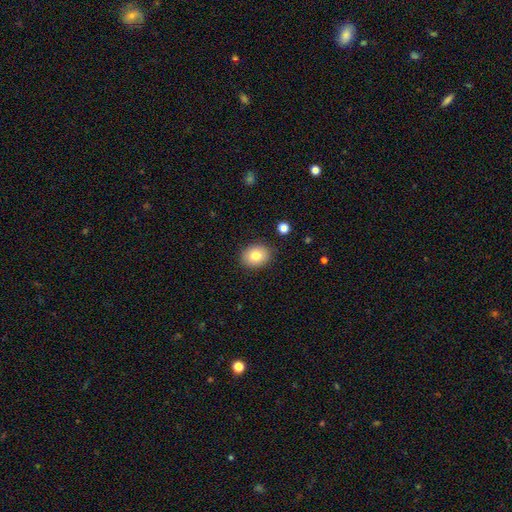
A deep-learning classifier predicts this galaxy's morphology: Q: Smooth or featured?
A: smooth (80%); runner-up: featured or disk (11%)
Q: How rounded?
A: in between (52%); runner-up: round (47%)
Q: Merging?
A: none (88%); runner-up: minor disturbance (9%)